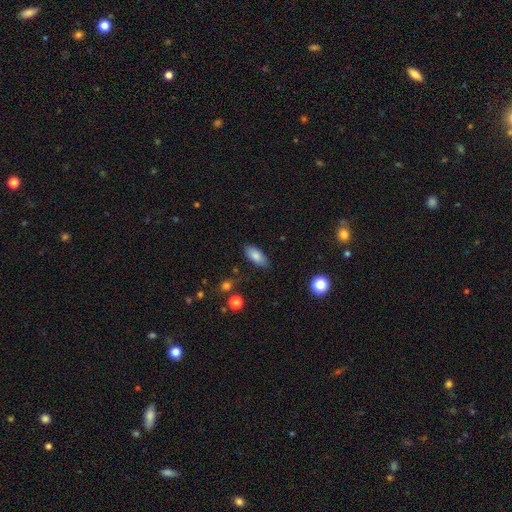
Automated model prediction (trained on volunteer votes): Smooth or featured?
  - smooth: 84% *
  - featured or disk: 9%
  - star or artifact: 8%
How rounded?
  - in between: 88% *
  - cigar-shaped: 10%
  - round: 3%
Merging?
  - none: 83% *
  - minor disturbance: 13%
  - major disturbance: 3%
  - merger: 2%